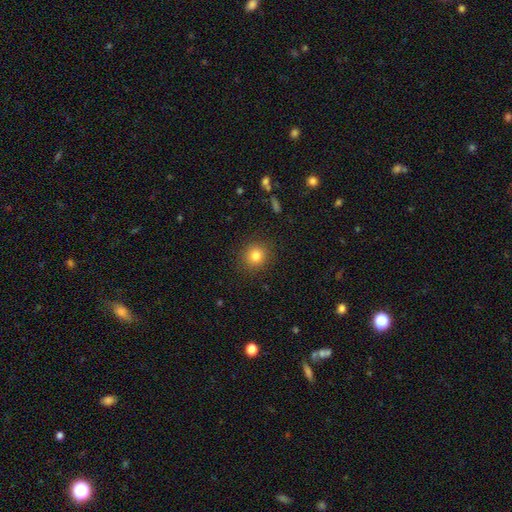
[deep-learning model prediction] smooth_or_featured: smooth (p=0.81) [alt: star or artifact p=0.12]
how_rounded: round (p=0.90) [alt: in between p=0.09]
merging: none (p=0.90) [alt: minor disturbance p=0.07]